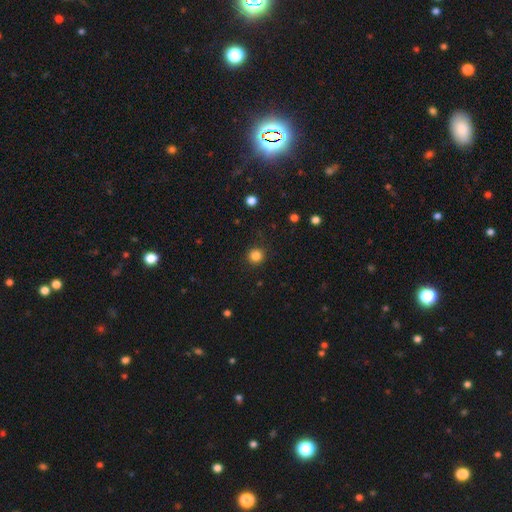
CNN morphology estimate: Smooth or featured? smooth (84%)
How rounded? round (92%)
Merging? none (89%)